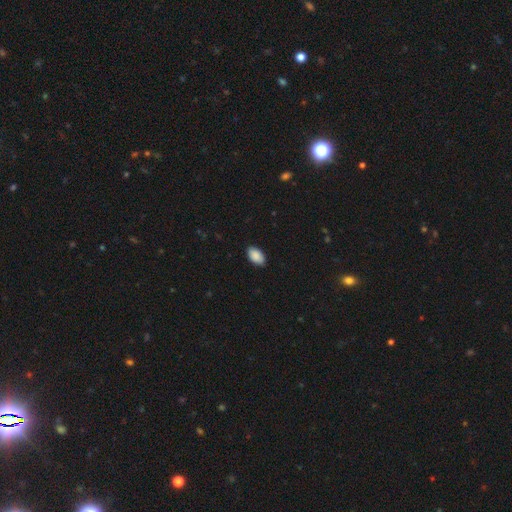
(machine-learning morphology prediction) Smooth or featured? Predicted: smooth (p=0.90). How rounded? Predicted: in between (p=0.95). Merging? Predicted: none (p=0.88).